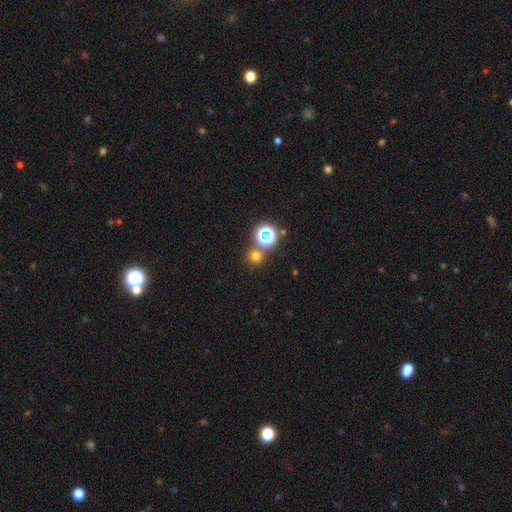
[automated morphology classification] smooth-or-featured: smooth: 66% | star or artifact: 27% | featured or disk: 7%
  how-rounded: round: 91% | in between: 7% | cigar-shaped: 1%
  merging: none: 73% | merger: 17% | minor disturbance: 7% | major disturbance: 3%